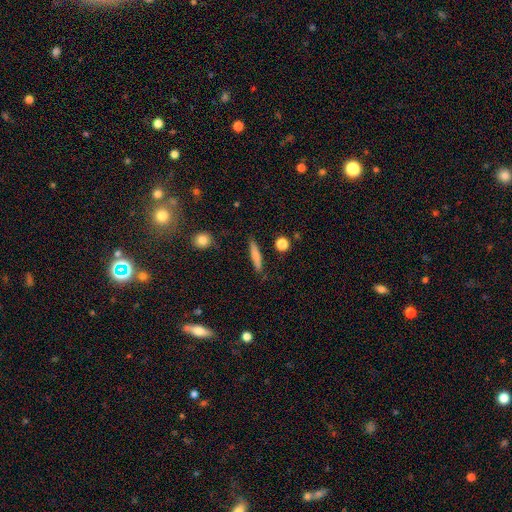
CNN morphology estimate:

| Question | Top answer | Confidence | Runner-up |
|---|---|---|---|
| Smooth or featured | smooth | 73% | featured or disk (20%) |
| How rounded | cigar-shaped | 89% | in between (8%) |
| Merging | none | 86% | minor disturbance (10%) |